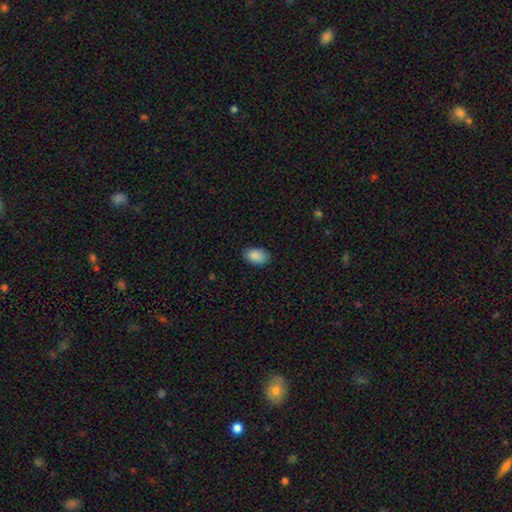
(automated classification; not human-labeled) The model was most divided on "merging": none: 85%, minor disturbance: 11%, major disturbance: 2%, merger: 1%. More confident: how rounded — in between (92%); smooth or featured — smooth (89%).